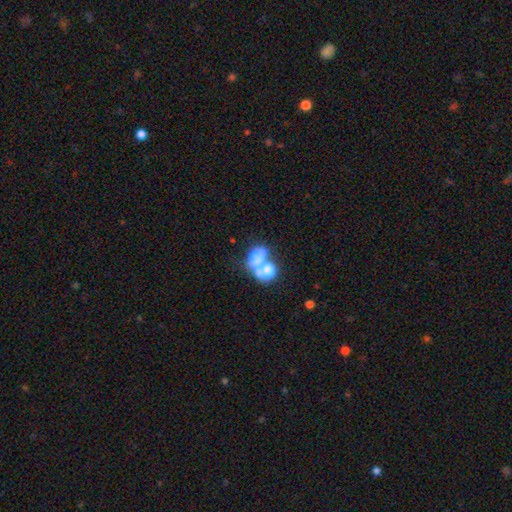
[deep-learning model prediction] A smooth galaxy with no disk features (54%) that is in between round and cigar-shaped (67%). Merging: merger (70%).